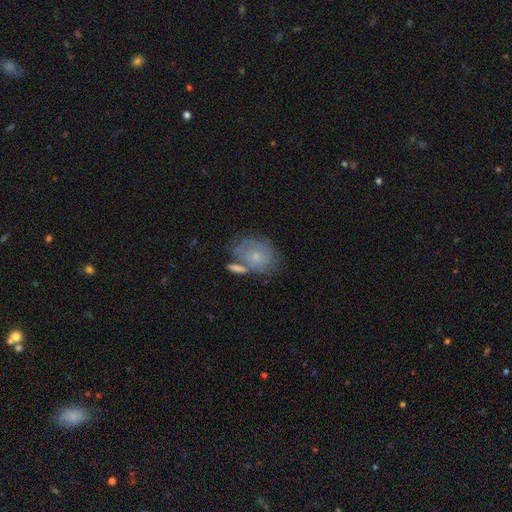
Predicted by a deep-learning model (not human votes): A smooth galaxy with no disk features (49%).

Vote fractions:
- Smooth or featured? smooth: 49% / featured or disk: 42% / star or artifact: 9%
- Merging? none: 49% / merger: 21% / minor disturbance: 21% / major disturbance: 10%